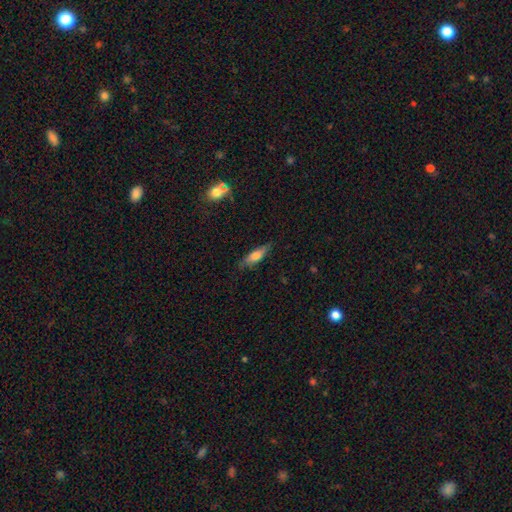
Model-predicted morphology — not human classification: smooth-or-featured: smooth: 64% | featured or disk: 29% | star or artifact: 7%
  how-rounded: cigar-shaped: 54% | in between: 44% | round: 2%
  merging: none: 78% | minor disturbance: 17% | major disturbance: 3% | merger: 1%